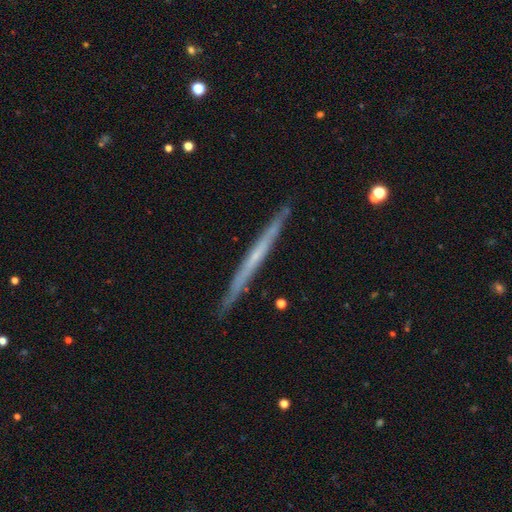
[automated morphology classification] A featured or disk galaxy (62%) viewed edge-on (97%) with no central bulge (82%). Merging: none (90%).